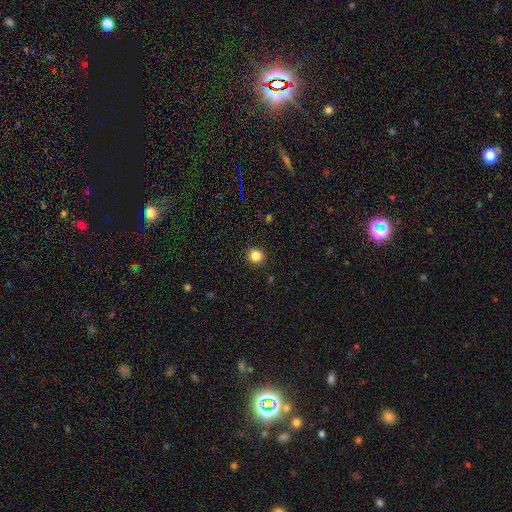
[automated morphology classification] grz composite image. It shows a smooth galaxy with no disk features (85%) that is round (93%). Merging: none (91%).